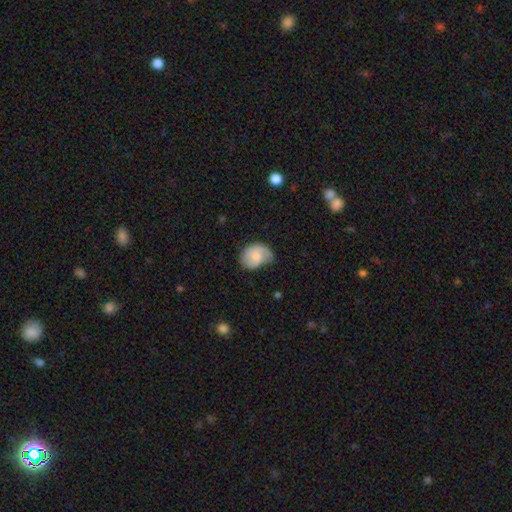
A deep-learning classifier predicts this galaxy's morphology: smooth_or_featured: smooth (p=0.56) [alt: featured or disk p=0.37]
how_rounded: in between (p=0.60) [alt: round p=0.39]
merging: none (p=0.42) [alt: minor disturbance p=0.40]